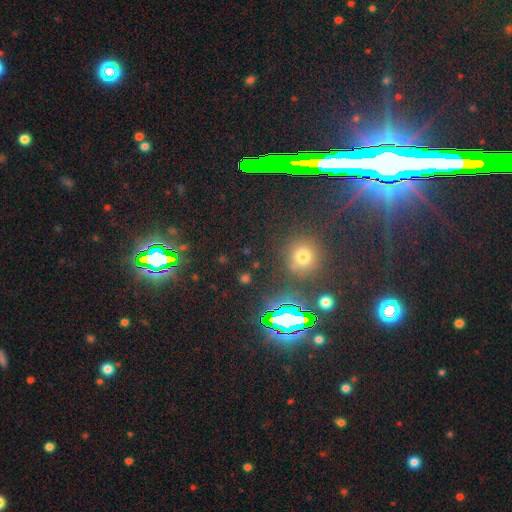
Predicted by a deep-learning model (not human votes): Smooth or featured? star or artifact (79%)